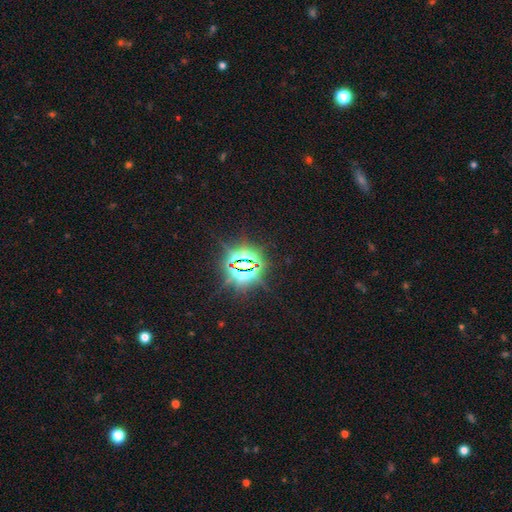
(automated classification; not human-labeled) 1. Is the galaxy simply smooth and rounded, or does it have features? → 84% star or artifact, 8% smooth, 7% featured or disk.